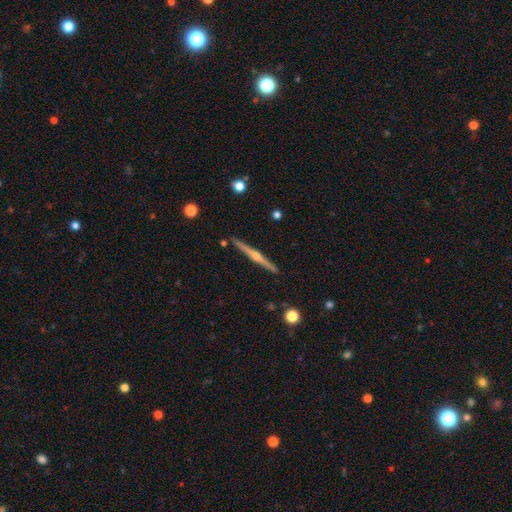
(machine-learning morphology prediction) featured or disk 81%, smooth 14%, star or artifact 5%. Down the decision tree: edge-on disk — yes (99%); edge-on bulge — rounded (85%); merging — none (91%).